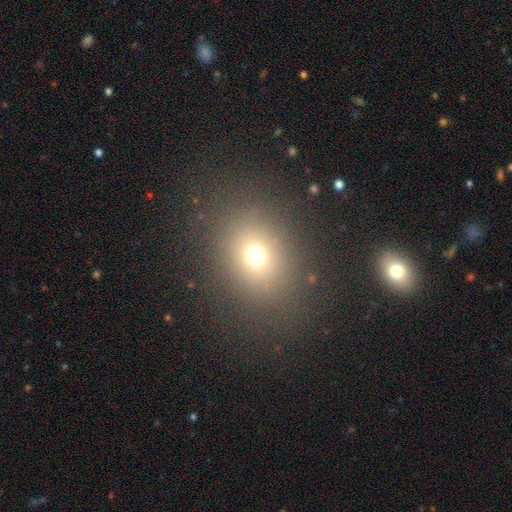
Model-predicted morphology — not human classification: smooth_or_featured: smooth (p=0.70) [alt: star or artifact p=0.20]
how_rounded: round (p=0.59) [alt: in between p=0.39]
merging: none (p=0.84) [alt: minor disturbance p=0.09]